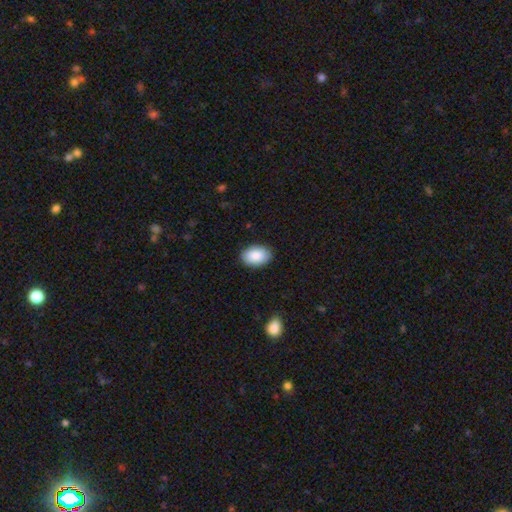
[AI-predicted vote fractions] smooth-or-featured: smooth: 90% | star or artifact: 6% | featured or disk: 4%
  how-rounded: in between: 90% | round: 9% | cigar-shaped: 1%
  merging: none: 89% | minor disturbance: 8% | major disturbance: 2% | merger: 1%